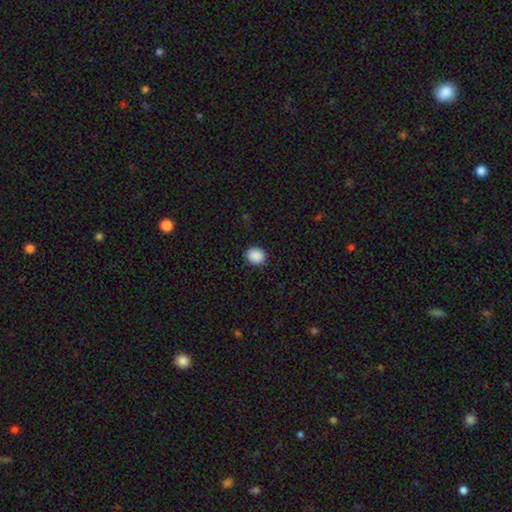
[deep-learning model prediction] Smooth or featured? Predicted: smooth (p=0.90). How rounded? Predicted: round (p=0.62). Merging? Predicted: none (p=0.91).